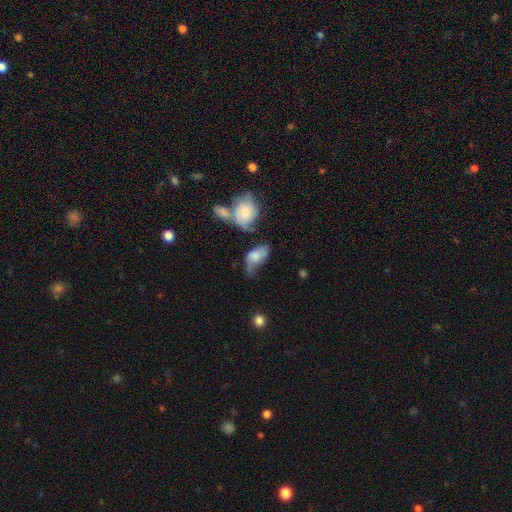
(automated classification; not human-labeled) Smooth or featured? Predicted: smooth (p=0.60). How rounded? Predicted: in between (p=0.88). Merging? Predicted: minor disturbance (p=0.31).